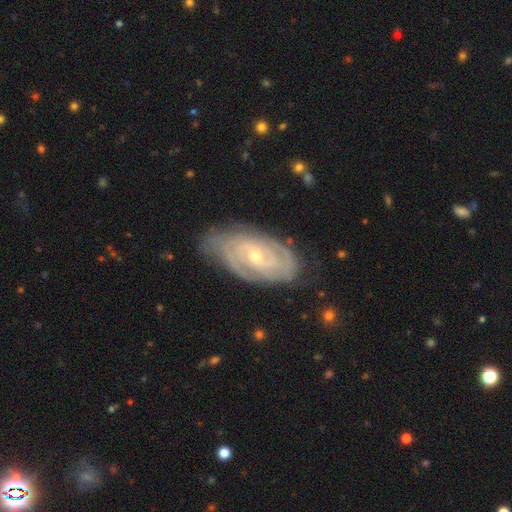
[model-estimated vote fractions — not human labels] smooth_or_featured: featured or disk (p=0.88) [alt: smooth p=0.07]
disk_edge_on: no (p=0.96) [alt: yes p=0.04]
bar: no (p=0.50) [alt: weak p=0.39]
has_spiral_arms: yes (p=0.97) [alt: no p=0.03]
spiral_winding: tight (p=0.76) [alt: medium p=0.20]
spiral_arm_count: 2 (p=0.38) [alt: can't tell p=0.25]
bulge_size: small (p=0.64) [alt: moderate p=0.33]
merging: none (p=0.73) [alt: minor disturbance p=0.20]